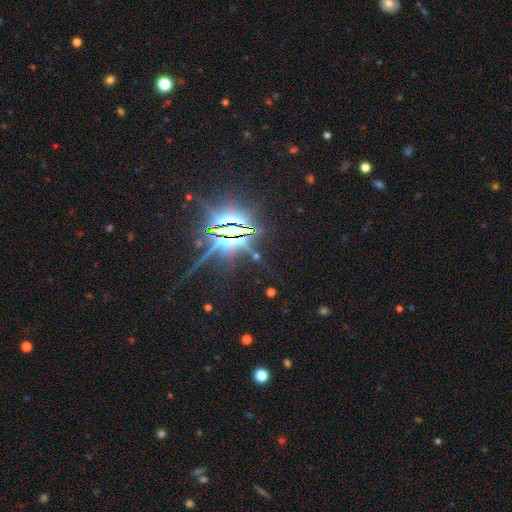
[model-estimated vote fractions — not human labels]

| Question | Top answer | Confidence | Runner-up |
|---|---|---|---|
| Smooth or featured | star or artifact | 82% | featured or disk (10%) |